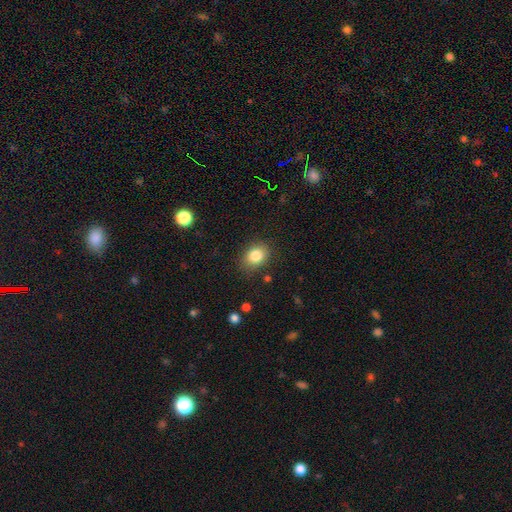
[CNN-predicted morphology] Smooth or featured: smooth — 84% (star or artifact — 9%)
How rounded: in between — 64% (round — 35%)
Merging: none — 81% (minor disturbance — 14%)